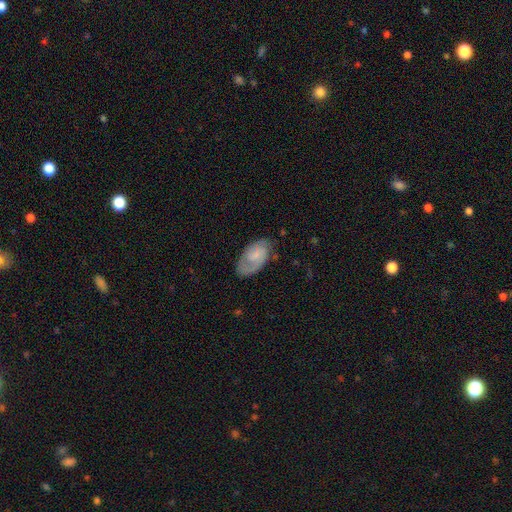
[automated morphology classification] Smooth or featured? Predicted: featured or disk (p=0.61). Edge-on disk? Predicted: no (p=0.96). Bar? Predicted: no (p=0.56). Spiral arms? Predicted: yes (p=0.90). Spiral winding? Predicted: tight (p=0.43). Spiral arm count? Predicted: 2 (p=0.57). Bulge size? Predicted: small (p=0.49). Merging? Predicted: none (p=0.68).